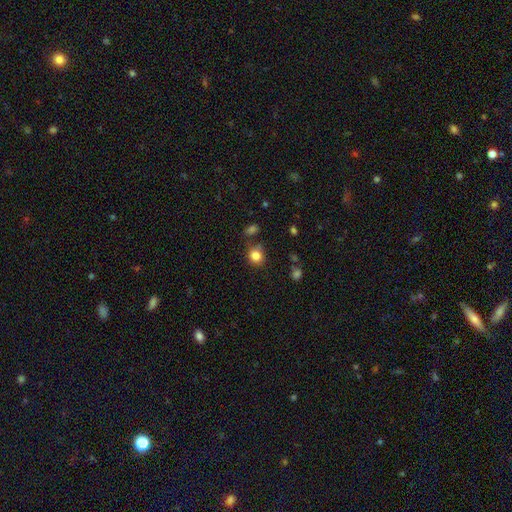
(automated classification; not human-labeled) Morphology: type=smooth (83%); roundness=round (81%); merging=none (75%).